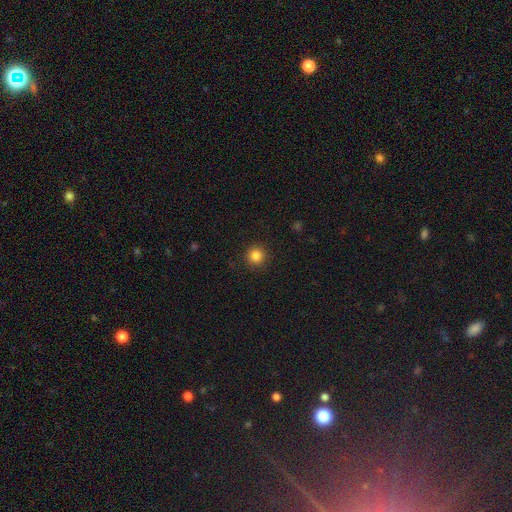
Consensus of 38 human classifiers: Smooth or featured?
  - smooth: 92% *
  - star or artifact: 5%
  - featured or disk: 3%
How rounded?
  - round: 100% *
  - in between: 0%
  - cigar-shaped: 0%
Merging?
  - none: 94% *
  - minor disturbance: 3%
  - major disturbance: 3%
  - merger: 0%